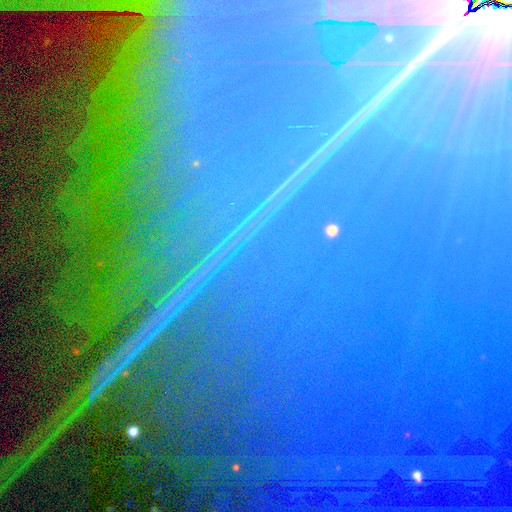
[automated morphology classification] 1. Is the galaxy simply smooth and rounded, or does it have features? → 85% star or artifact, 9% featured or disk, 6% smooth.